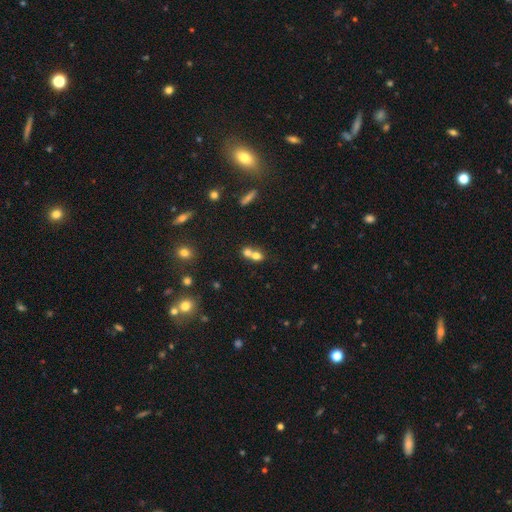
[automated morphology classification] Smooth or featured: smooth — 69% (featured or disk — 17%)
How rounded: round — 57% (in between — 40%)
Merging: merger — 66% (none — 26%)